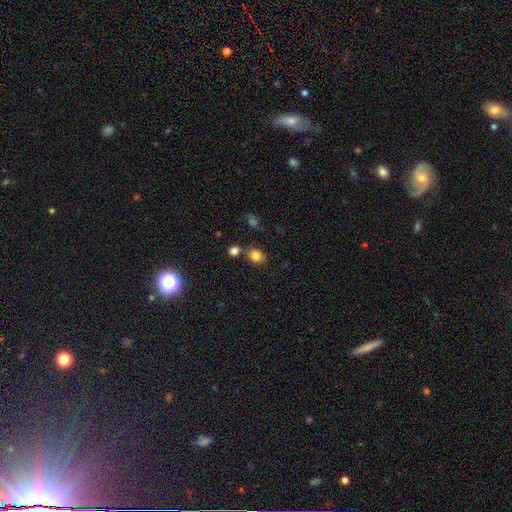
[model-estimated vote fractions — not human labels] This appears to be a smooth galaxy with no disk features (83%) that is in between round and cigar-shaped (54%). Merging: none (71%).